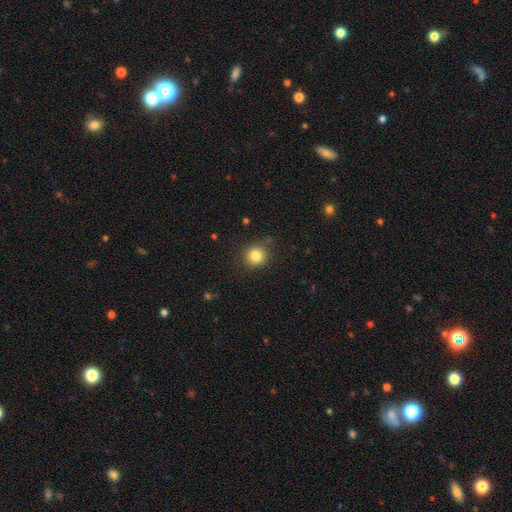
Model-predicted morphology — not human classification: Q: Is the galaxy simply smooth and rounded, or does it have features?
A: smooth — 83%.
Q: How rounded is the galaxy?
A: round — 88%.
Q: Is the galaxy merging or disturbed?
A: none — 83%.